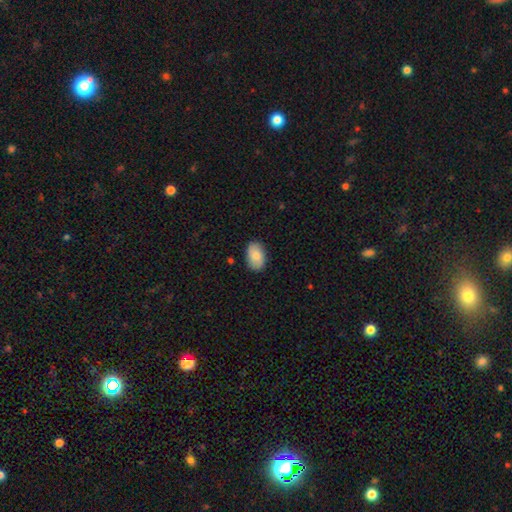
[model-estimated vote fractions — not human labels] Morphology: type=smooth (85%); roundness=in between (91%); merging=none (86%).